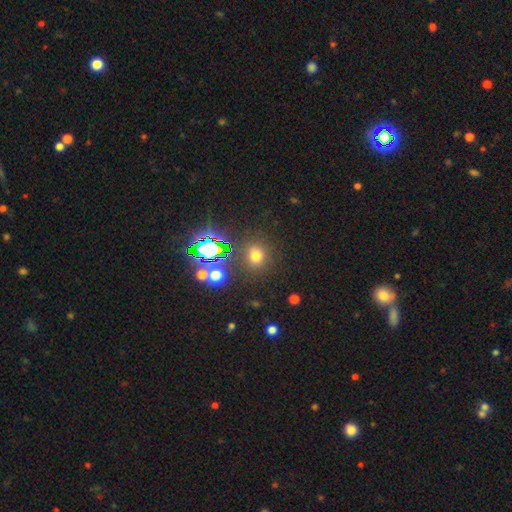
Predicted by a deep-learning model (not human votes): Morphology: type=smooth (64%); roundness=round (84%); merging=none (84%).